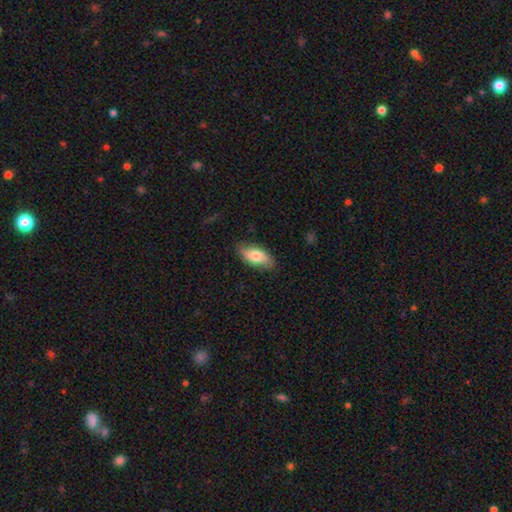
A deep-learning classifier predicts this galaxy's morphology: Smooth or featured?
  - smooth: 72% *
  - featured or disk: 22%
  - star or artifact: 6%
How rounded?
  - in between: 89% *
  - cigar-shaped: 9%
  - round: 3%
Merging?
  - none: 80% *
  - minor disturbance: 16%
  - major disturbance: 3%
  - merger: 1%